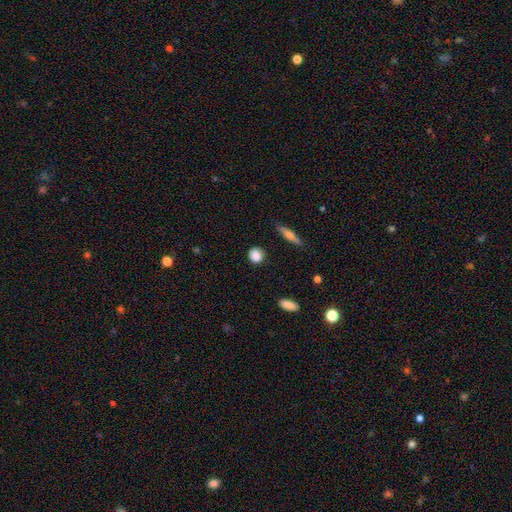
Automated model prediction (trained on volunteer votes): Smooth or featured: smooth — 87% (star or artifact — 8%)
How rounded: round — 83% (in between — 14%)
Merging: none — 88% (minor disturbance — 8%)